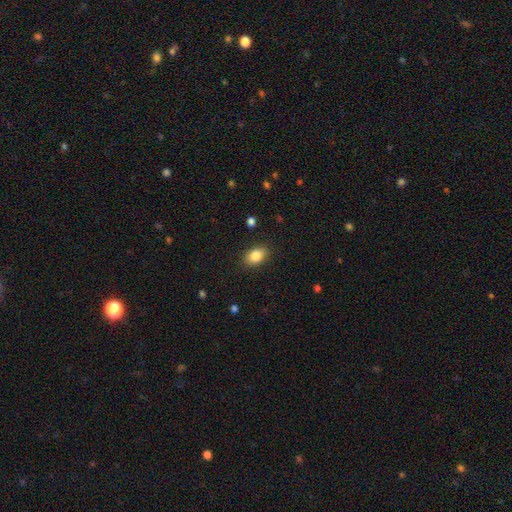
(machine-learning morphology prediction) smooth 84%, star or artifact 8%, featured or disk 7%. Down the decision tree: how rounded — in between (83%); merging — none (87%).